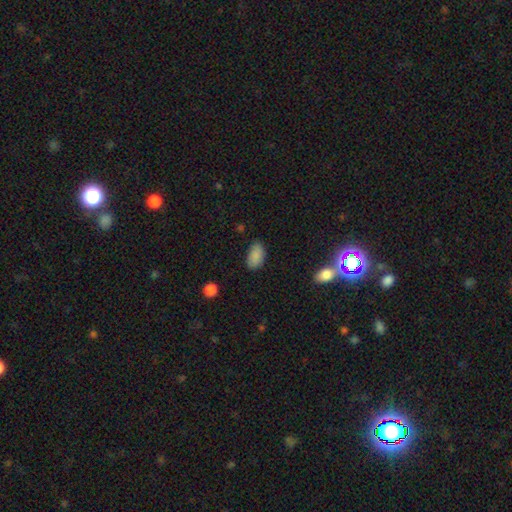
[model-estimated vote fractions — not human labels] This appears to be a smooth galaxy with no disk features (88%) that is in between round and cigar-shaped (94%). Merging: none (80%).